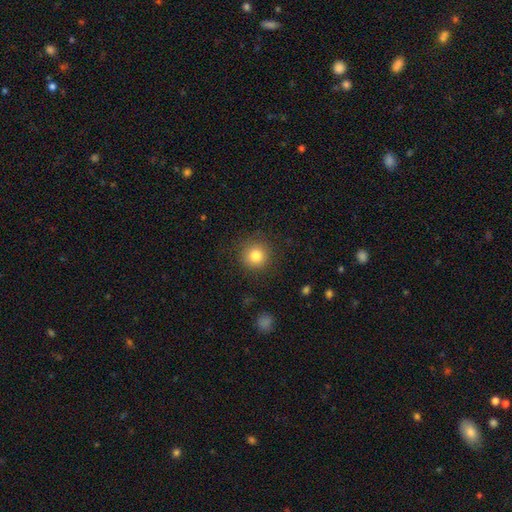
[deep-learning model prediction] smooth 82%, star or artifact 11%, featured or disk 7%. Down the decision tree: how rounded — round (94%); merging — none (88%).